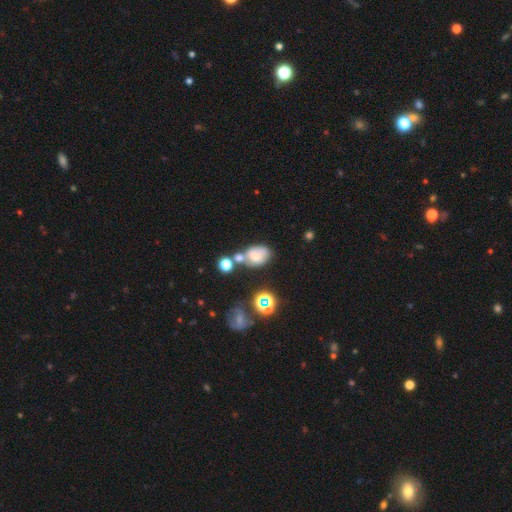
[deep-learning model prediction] A smooth galaxy with no disk features (53%) that is in between round and cigar-shaped (70%).

Vote fractions:
- Smooth or featured? smooth: 53% / featured or disk: 29% / star or artifact: 17%
- How rounded? in between: 70% / round: 29% / cigar-shaped: 2%
- Merging? none: 37% / merger: 33% / minor disturbance: 19% / major disturbance: 10%